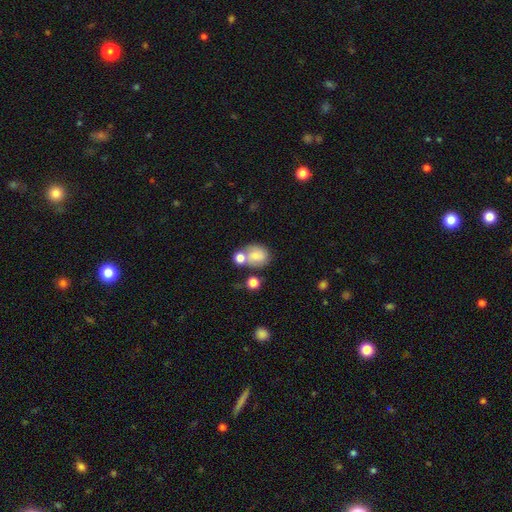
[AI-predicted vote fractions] Smooth or featured? smooth (73%)
How rounded? round (56%)
Merging? none (44%)